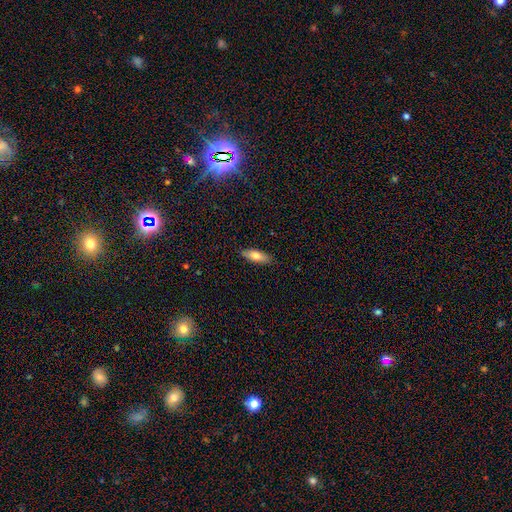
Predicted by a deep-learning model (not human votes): smooth 74%, featured or disk 20%, star or artifact 7%. Down the decision tree: how rounded — in between (63%); merging — none (87%).